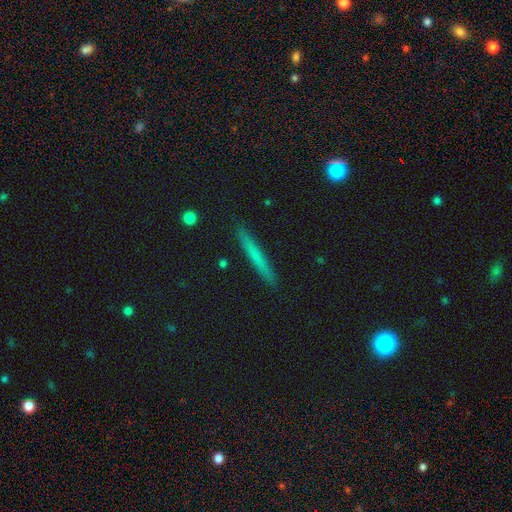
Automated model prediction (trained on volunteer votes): Q: Smooth or featured?
A: smooth (62%); runner-up: featured or disk (30%)
Q: How rounded?
A: cigar-shaped (96%); runner-up: in between (2%)
Q: Merging?
A: none (91%); runner-up: minor disturbance (6%)